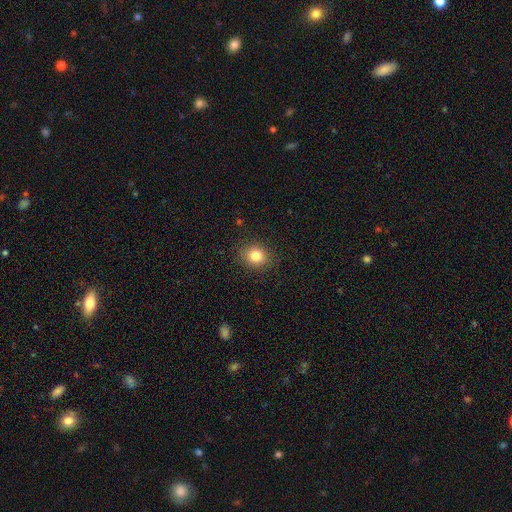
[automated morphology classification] Q: Smooth or featured?
A: smooth (82%); runner-up: star or artifact (11%)
Q: How rounded?
A: round (69%); runner-up: in between (30%)
Q: Merging?
A: none (89%); runner-up: minor disturbance (8%)